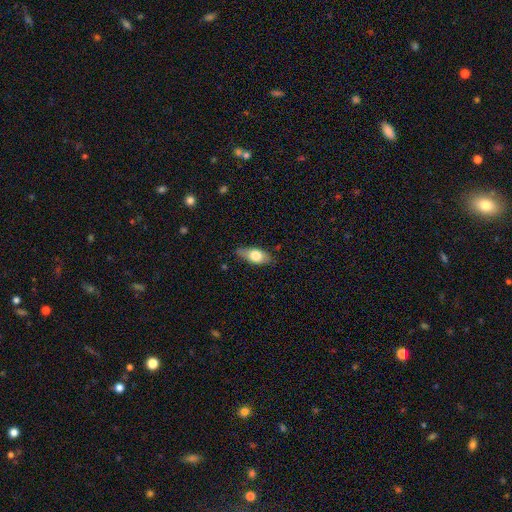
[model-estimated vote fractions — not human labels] The model was most divided on "smooth or featured": smooth: 68%, featured or disk: 26%, star or artifact: 7%. More confident: how rounded — in between (82%); merging — none (77%).